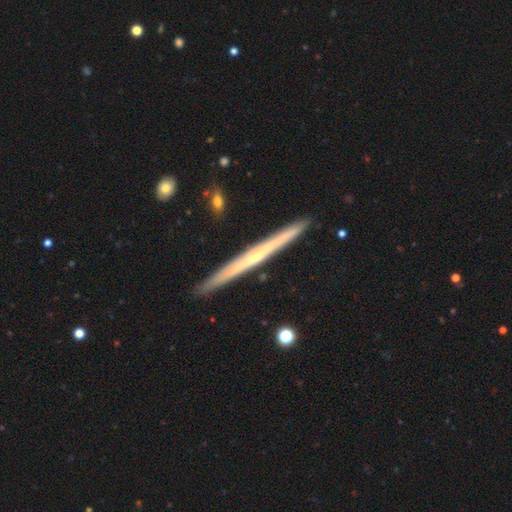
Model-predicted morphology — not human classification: Smooth or featured? featured or disk (63%)
Edge-on disk? yes (98%)
Edge-on bulge? none (77%)
Merging? none (91%)